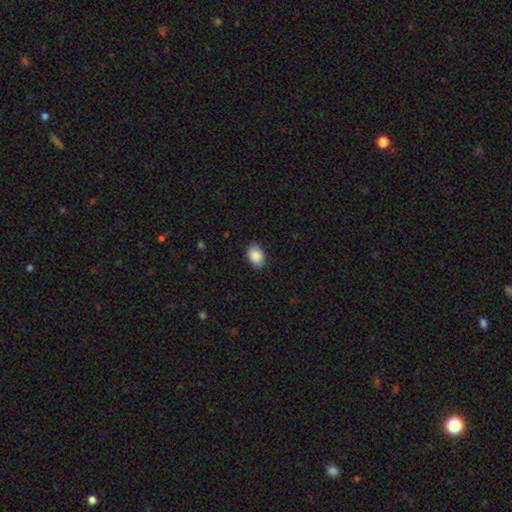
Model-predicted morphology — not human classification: Smooth or featured: smooth — 89% (star or artifact — 7%)
How rounded: in between — 80% (round — 19%)
Merging: none — 85% (minor disturbance — 12%)